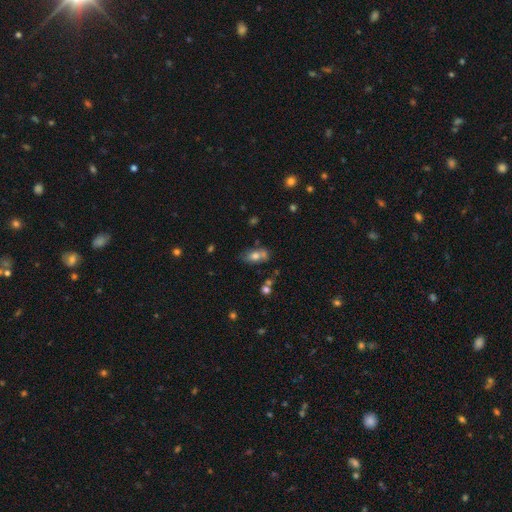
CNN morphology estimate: This appears to be a smooth galaxy with no disk features (67%) that is in between round and cigar-shaped (82%). Merging: none (50%).